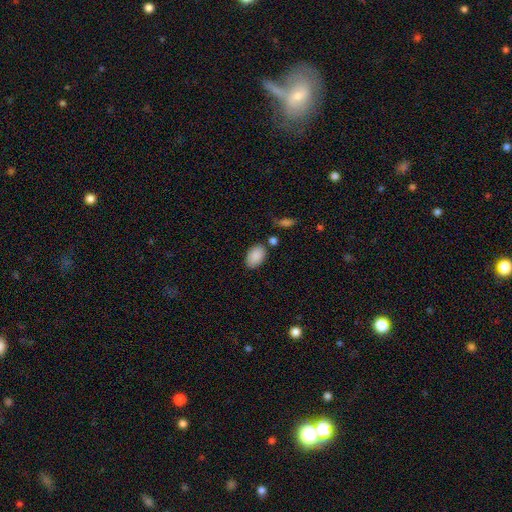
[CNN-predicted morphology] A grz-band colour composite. It shows a smooth galaxy with no disk features (89%) that is in between round and cigar-shaped (91%). Merging: none (75%).